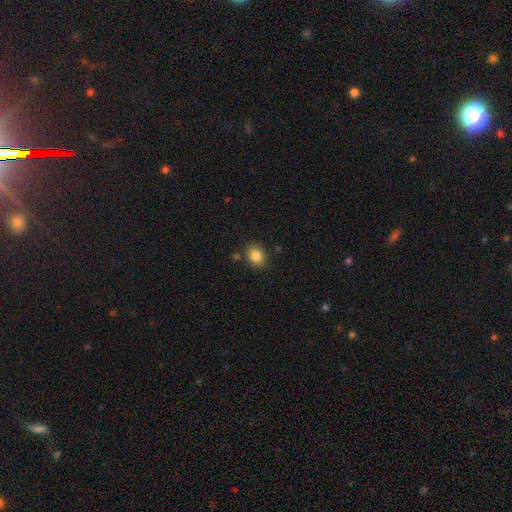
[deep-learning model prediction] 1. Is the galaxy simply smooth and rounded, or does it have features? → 85% smooth, 10% star or artifact, 5% featured or disk.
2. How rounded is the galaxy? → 50% in between, 49% round, 1% cigar-shaped.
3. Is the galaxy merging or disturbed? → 82% none, 11% minor disturbance, 4% merger, 3% major disturbance.